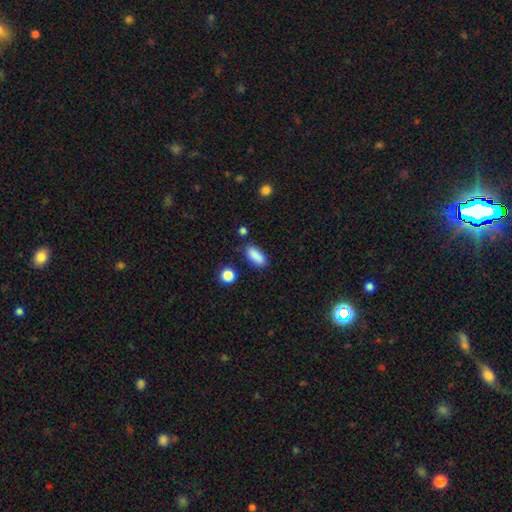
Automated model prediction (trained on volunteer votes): smooth_or_featured: smooth (p=0.88) [alt: star or artifact p=0.08]
how_rounded: in between (p=0.83) [alt: cigar-shaped p=0.14]
merging: none (p=0.80) [alt: minor disturbance p=0.13]